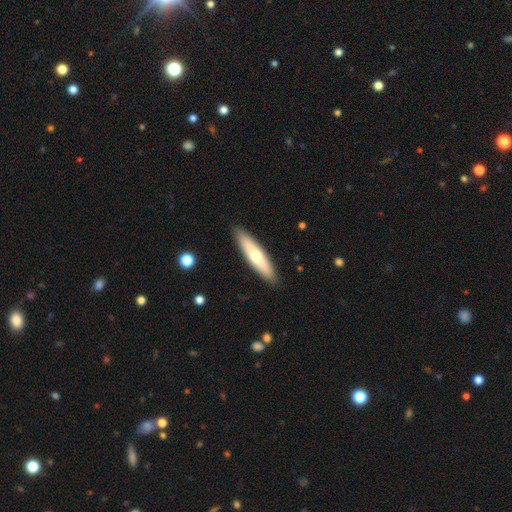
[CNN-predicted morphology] The model was most divided on "smooth or featured": smooth: 56%, featured or disk: 38%, star or artifact: 5%. More confident: merging — none (90%); how rounded — cigar-shaped (73%).